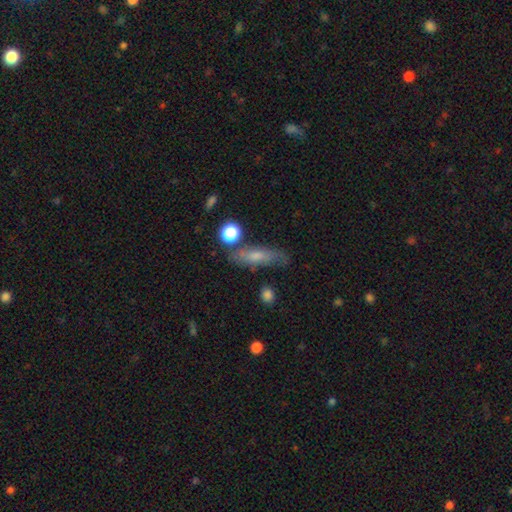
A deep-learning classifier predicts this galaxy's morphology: The model was most divided on "smooth or featured": smooth: 50%, featured or disk: 38%, star or artifact: 11%. More confident: merging — none (70%); how rounded — cigar-shaped (58%).